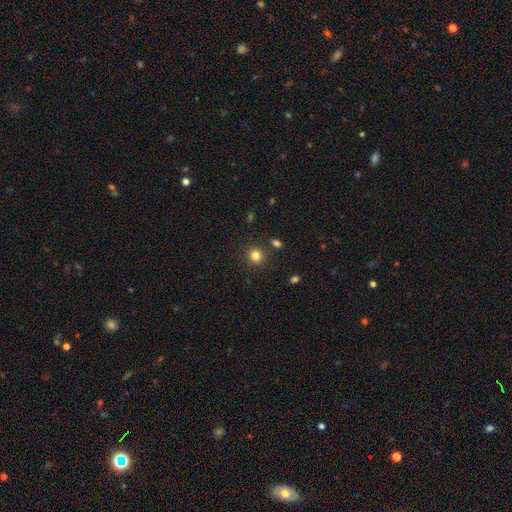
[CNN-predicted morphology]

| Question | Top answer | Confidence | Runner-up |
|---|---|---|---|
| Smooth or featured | smooth | 82% | star or artifact (13%) |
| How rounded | round | 90% | in between (9%) |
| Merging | none | 87% | minor disturbance (7%) |